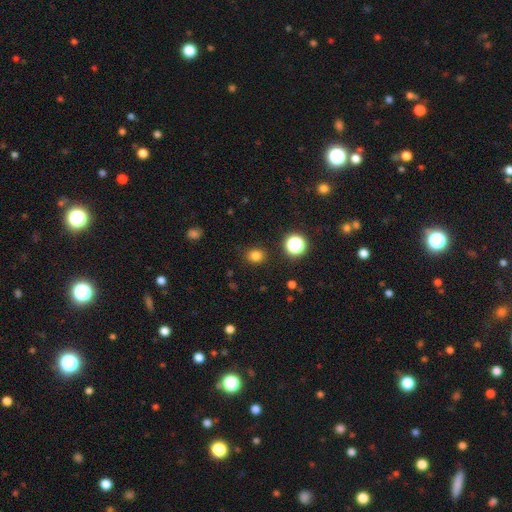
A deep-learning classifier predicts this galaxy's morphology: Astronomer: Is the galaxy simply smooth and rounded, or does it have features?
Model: smooth — 79%.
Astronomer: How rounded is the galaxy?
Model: round — 74%.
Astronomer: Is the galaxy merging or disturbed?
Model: none — 88%.